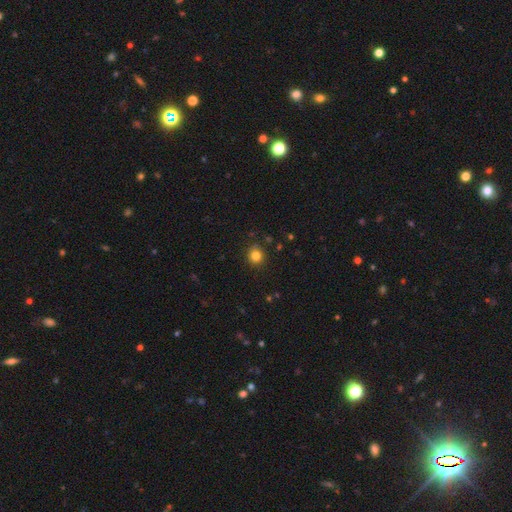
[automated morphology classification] The model was most divided on "smooth or featured": smooth: 82%, star or artifact: 13%, featured or disk: 6%. More confident: how rounded — round (89%); merging — none (88%).